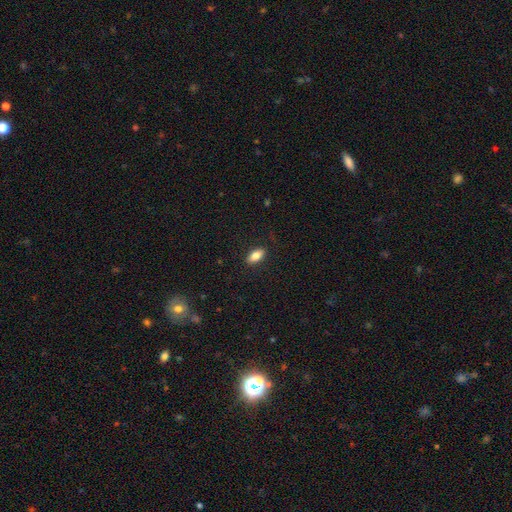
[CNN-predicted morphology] Smooth or featured?
  - smooth: 80% *
  - featured or disk: 13%
  - star or artifact: 7%
How rounded?
  - in between: 85% *
  - cigar-shaped: 11%
  - round: 3%
Merging?
  - none: 87% *
  - minor disturbance: 9%
  - major disturbance: 2%
  - merger: 1%